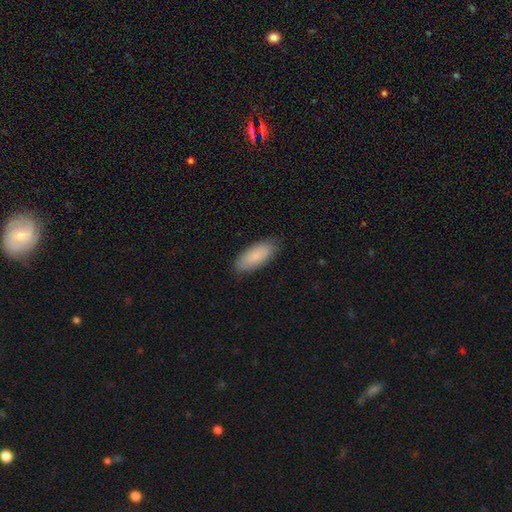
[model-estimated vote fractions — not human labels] Smooth or featured? smooth (85%)
How rounded? in between (82%)
Merging? none (85%)